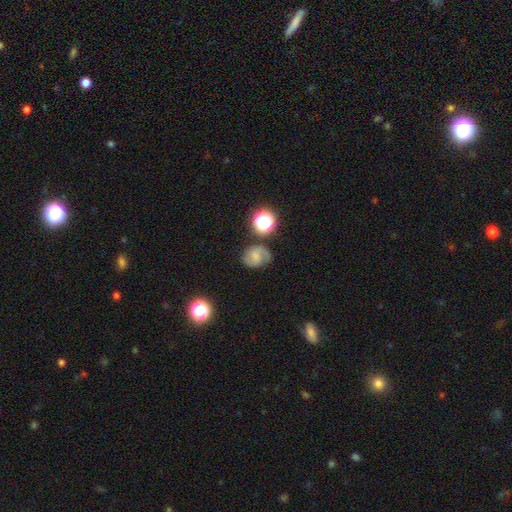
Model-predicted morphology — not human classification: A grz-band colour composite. It shows a featured or disk galaxy (58%) with a weak bar (48%), 2 (82%) medium (52%) spiral arms (91%) and a small central bulge (38%). Merging: none (70%).